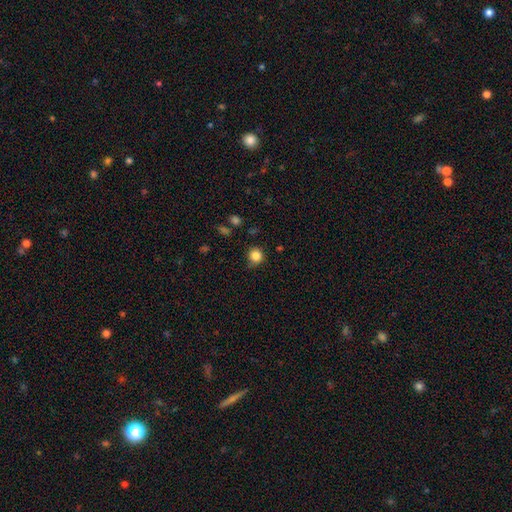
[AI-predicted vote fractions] smooth_or_featured: smooth (p=0.85) [alt: star or artifact p=0.11]
how_rounded: round (p=0.90) [alt: in between p=0.09]
merging: none (p=0.80) [alt: minor disturbance p=0.14]